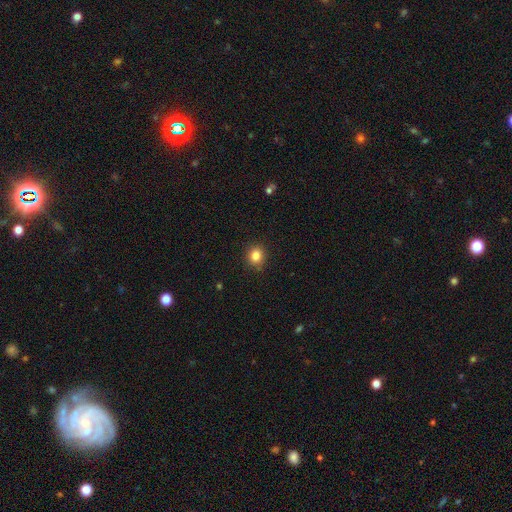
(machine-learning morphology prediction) The model was most divided on "how rounded": round: 80%, in between: 19%, cigar-shaped: 1%. More confident: merging — none (89%); smooth or featured — smooth (84%).